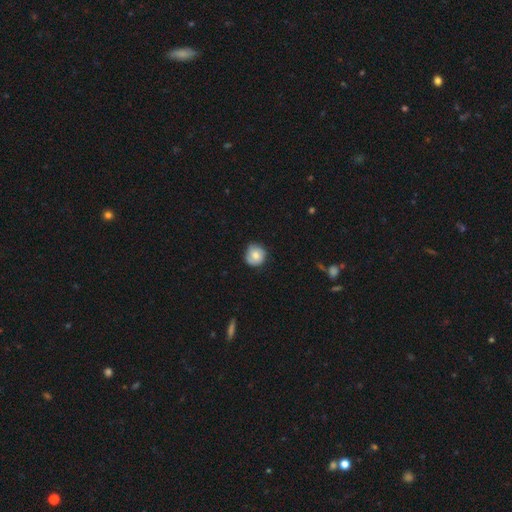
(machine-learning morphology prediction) Smooth or featured? smooth (67%)
How rounded? round (89%)
Merging? none (74%)